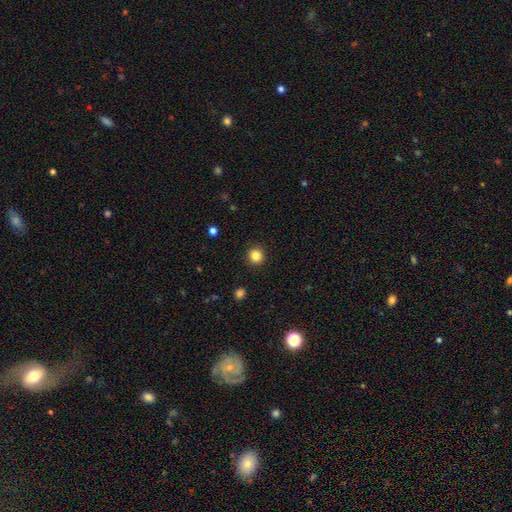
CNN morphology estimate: type=smooth (84%); roundness=round (90%); merging=none (91%).